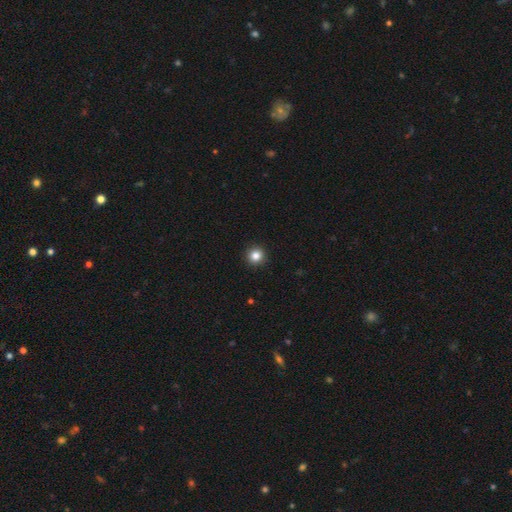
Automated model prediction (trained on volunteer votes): Q: Smooth or featured?
A: smooth (84%); runner-up: star or artifact (11%)
Q: How rounded?
A: round (95%); runner-up: in between (4%)
Q: Merging?
A: none (94%); runner-up: minor disturbance (4%)